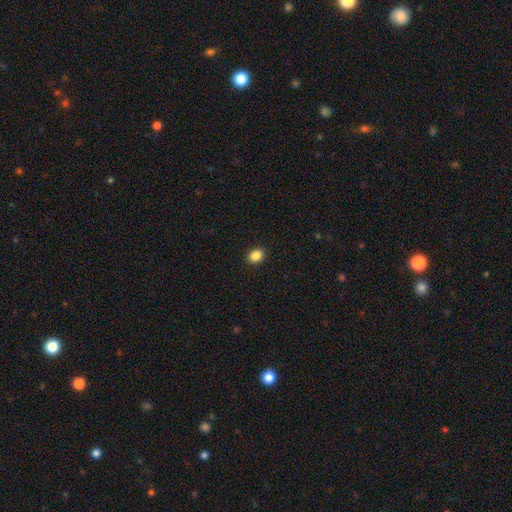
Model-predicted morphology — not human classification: smooth-or-featured: smooth: 87% | star or artifact: 10% | featured or disk: 3%
  how-rounded: in between: 51% | round: 48% | cigar-shaped: 1%
  merging: none: 92% | minor disturbance: 6% | major disturbance: 2% | merger: 1%